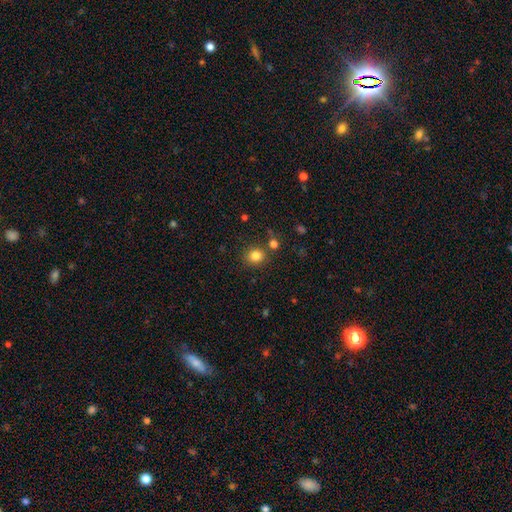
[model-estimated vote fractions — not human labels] Smooth or featured? Predicted: smooth (p=0.82). How rounded? Predicted: round (p=0.80). Merging? Predicted: none (p=0.79).